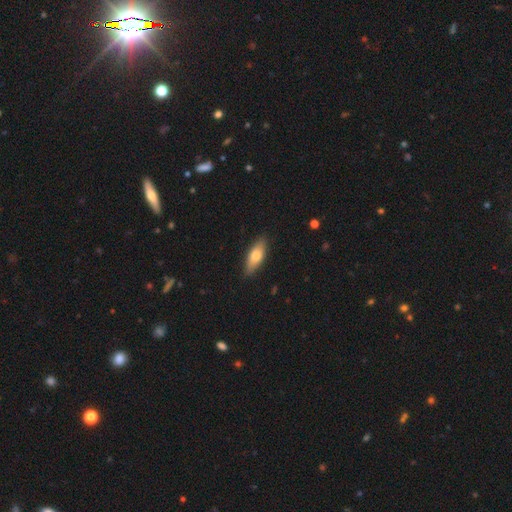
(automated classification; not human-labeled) smooth-or-featured: smooth: 68% | featured or disk: 26% | star or artifact: 6%
  how-rounded: in between: 65% | cigar-shaped: 32% | round: 3%
  merging: none: 88% | minor disturbance: 9% | major disturbance: 2% | merger: 1%